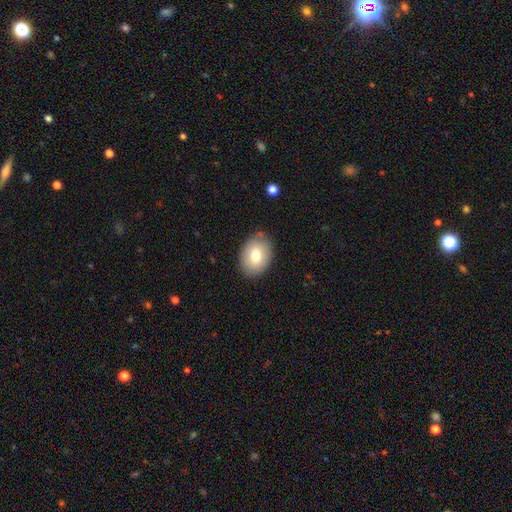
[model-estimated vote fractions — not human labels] This is likely a smooth galaxy (76%). How rounded: likely in between (74%). Merging: clearly none (82%).